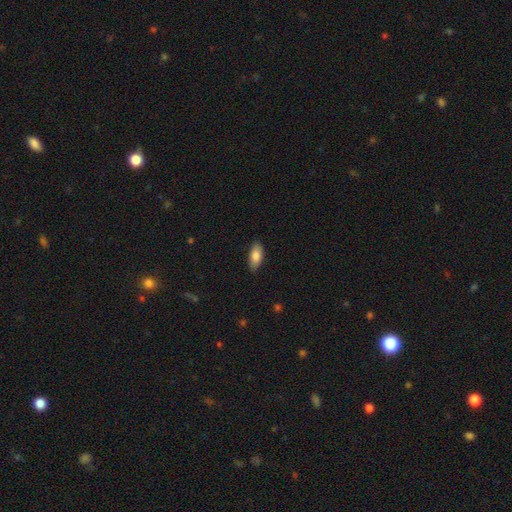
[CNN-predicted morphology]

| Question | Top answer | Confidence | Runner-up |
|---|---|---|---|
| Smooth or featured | smooth | 80% | featured or disk (14%) |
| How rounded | in between | 87% | cigar-shaped (10%) |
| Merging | none | 86% | minor disturbance (11%) |